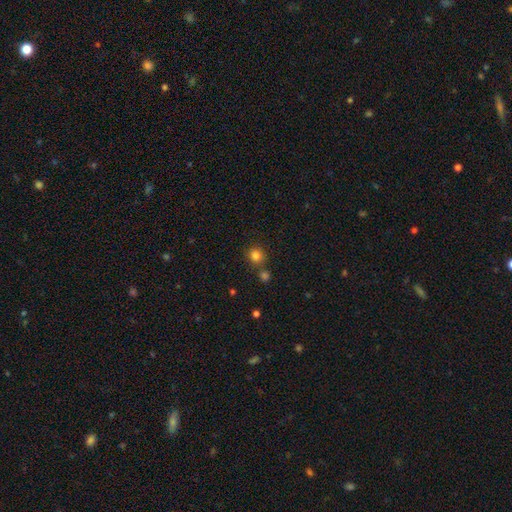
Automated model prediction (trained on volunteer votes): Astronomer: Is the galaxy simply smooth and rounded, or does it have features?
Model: smooth — 82%.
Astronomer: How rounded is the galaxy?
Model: round — 88%.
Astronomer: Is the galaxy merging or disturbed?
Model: none — 74%.